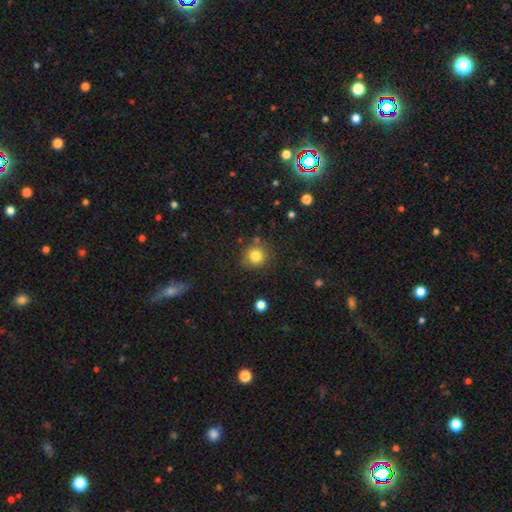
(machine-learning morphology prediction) Smooth or featured? smooth (82%)
How rounded? round (90%)
Merging? none (82%)